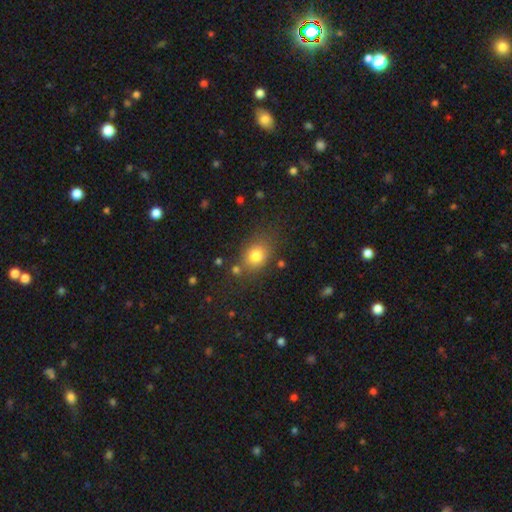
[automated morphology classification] A smooth galaxy with no disk features (79%) that is in between round and cigar-shaped (52%).

Vote fractions:
- Smooth or featured? smooth: 79% / star or artifact: 12% / featured or disk: 8%
- How rounded? in between: 52% / round: 47% / cigar-shaped: 1%
- Merging? none: 73% / minor disturbance: 15% / merger: 6% / major disturbance: 6%